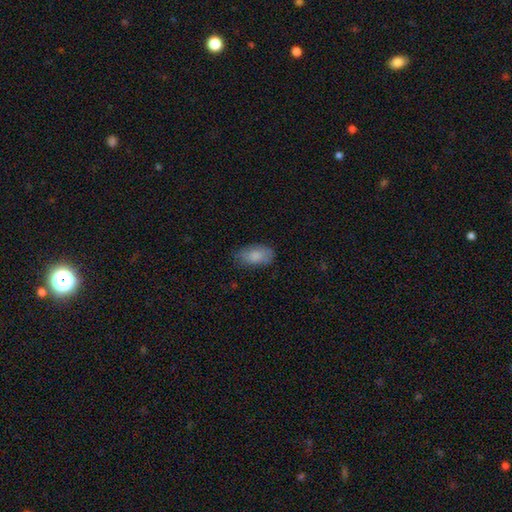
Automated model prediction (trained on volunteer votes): Smooth or featured: smooth — 84% (featured or disk — 9%)
How rounded: in between — 93% (round — 4%)
Merging: none — 75% (minor disturbance — 19%)